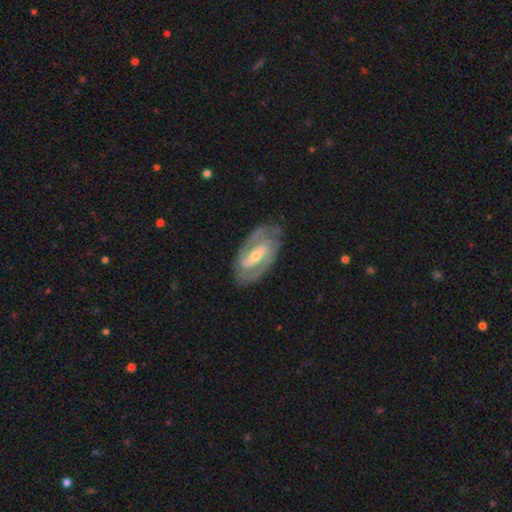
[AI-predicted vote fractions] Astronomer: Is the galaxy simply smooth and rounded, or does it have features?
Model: featured or disk — 89%.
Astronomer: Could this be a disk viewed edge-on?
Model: no — 96%.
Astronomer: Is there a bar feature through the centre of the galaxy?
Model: strong — 49% (runner-up: weak, 36%).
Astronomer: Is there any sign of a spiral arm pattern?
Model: yes — 95%.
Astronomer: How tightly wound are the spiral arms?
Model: tight — 45% (runner-up: medium, 44%).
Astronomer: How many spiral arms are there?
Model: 2 — 86%.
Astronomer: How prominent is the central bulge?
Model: small — 49% (runner-up: moderate, 47%).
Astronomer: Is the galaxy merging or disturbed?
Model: none — 81%.